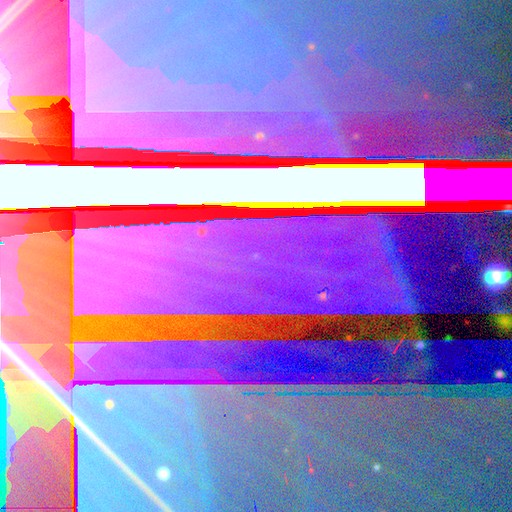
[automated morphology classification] A star or artifact, not a galaxy (77%).

Vote fractions:
- Smooth or featured? star or artifact: 77% / featured or disk: 15% / smooth: 7%